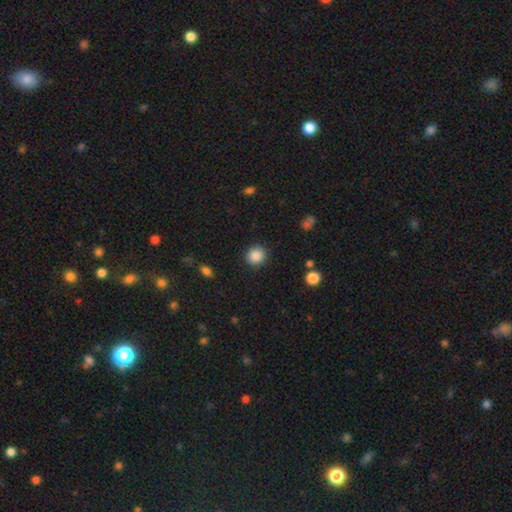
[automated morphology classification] Smooth or featured? smooth (87%)
How rounded? round (87%)
Merging? none (90%)